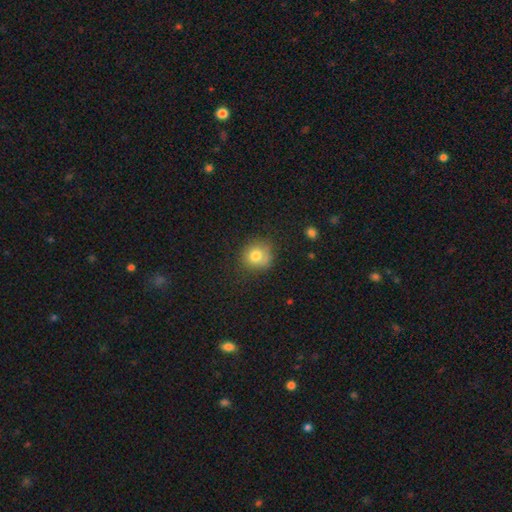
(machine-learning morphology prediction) The model was most divided on "merging": none: 75%, minor disturbance: 18%, major disturbance: 5%, merger: 2%. More confident: how rounded — round (85%); smooth or featured — smooth (79%).